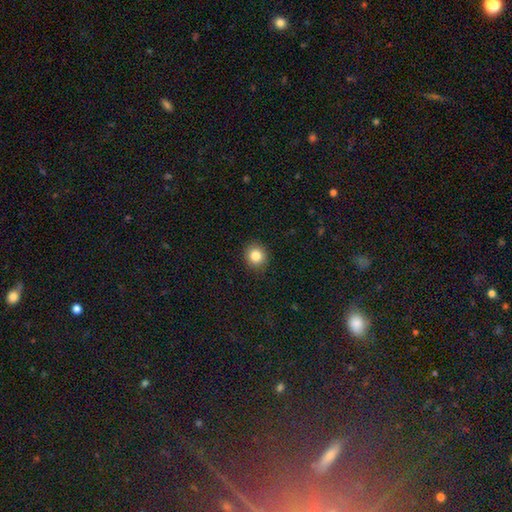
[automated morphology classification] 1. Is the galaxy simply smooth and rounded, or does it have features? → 84% smooth, 10% star or artifact, 5% featured or disk.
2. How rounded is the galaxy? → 89% round, 10% in between, 1% cigar-shaped.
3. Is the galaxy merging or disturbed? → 91% none, 6% minor disturbance, 2% major disturbance, 1% merger.